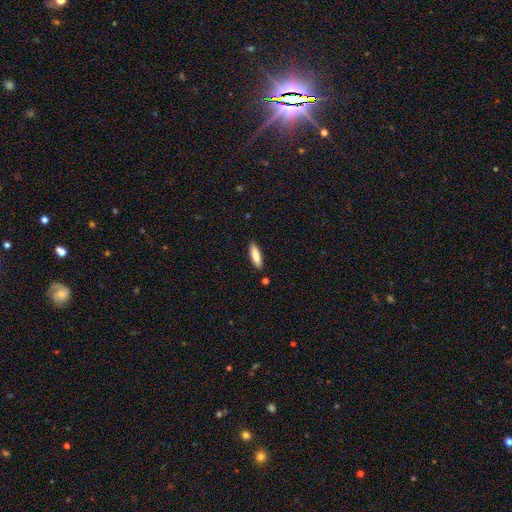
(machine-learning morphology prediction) A smooth galaxy with no disk features (84%) that is cigar-shaped (58%).

Vote fractions:
- Smooth or featured? smooth: 84% / featured or disk: 10% / star or artifact: 6%
- How rounded? cigar-shaped: 58% / in between: 41% / round: 2%
- Merging? none: 88% / minor disturbance: 8% / merger: 2% / major disturbance: 2%